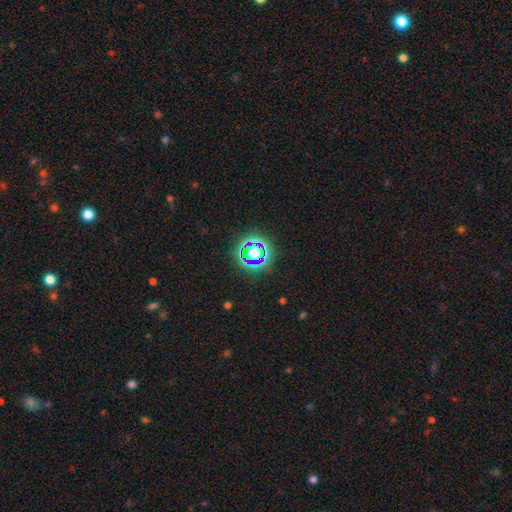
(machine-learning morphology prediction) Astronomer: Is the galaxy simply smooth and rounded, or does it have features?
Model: star or artifact — 80%.